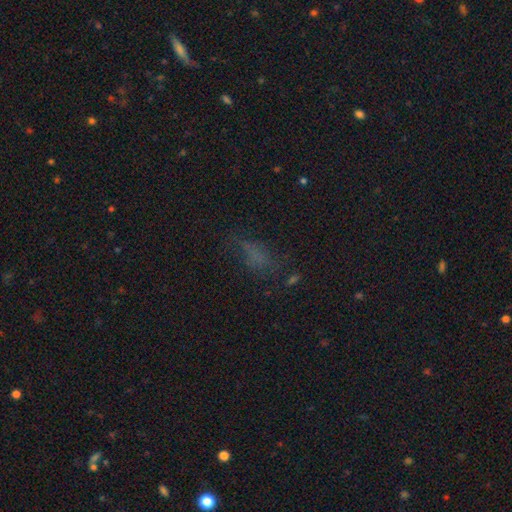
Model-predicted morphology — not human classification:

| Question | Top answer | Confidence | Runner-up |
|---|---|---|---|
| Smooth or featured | smooth | 50% | star or artifact (30%) |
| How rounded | in between | 72% | cigar-shaped (17%) |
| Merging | none | 45% | major disturbance (27%) |